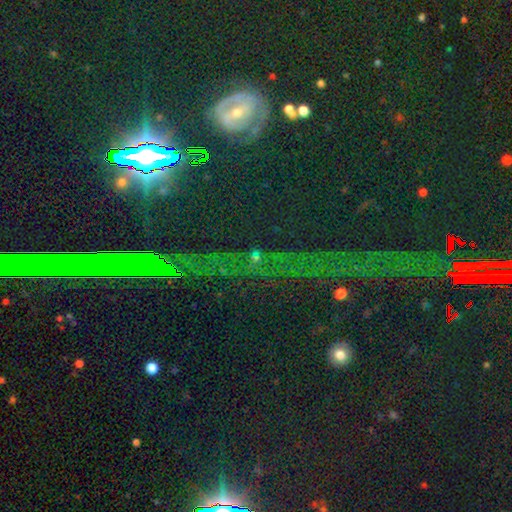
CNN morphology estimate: Q: Smooth or featured?
A: star or artifact (69%); runner-up: smooth (20%)